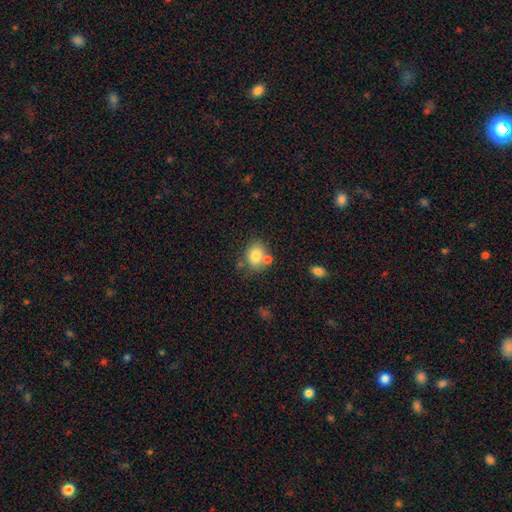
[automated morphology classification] This appears to be a smooth galaxy with no disk features (80%) that is in between round and cigar-shaped (52%). Merging: none (54%).